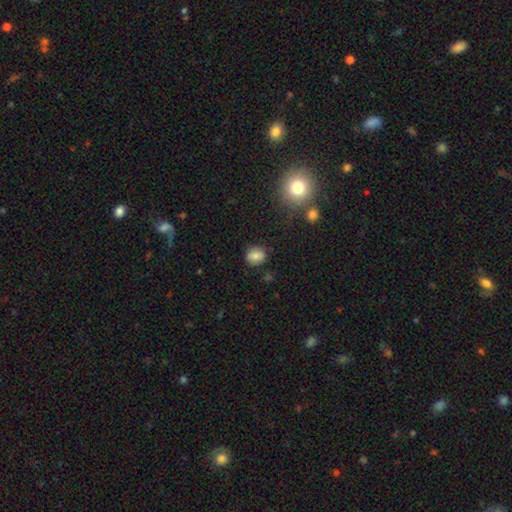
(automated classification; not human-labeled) smooth 80%, star or artifact 11%, featured or disk 9%. Down the decision tree: how rounded — round (72%); merging — none (84%).